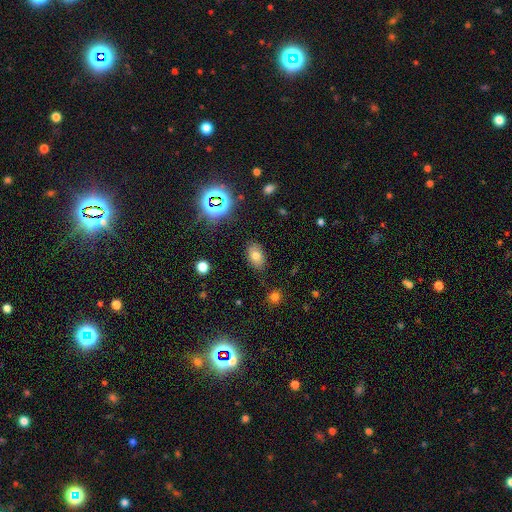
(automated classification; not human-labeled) Smooth or featured?
  - smooth: 72% *
  - star or artifact: 16%
  - featured or disk: 12%
How rounded?
  - in between: 86% *
  - round: 12%
  - cigar-shaped: 2%
Merging?
  - none: 84% *
  - minor disturbance: 11%
  - major disturbance: 3%
  - merger: 2%